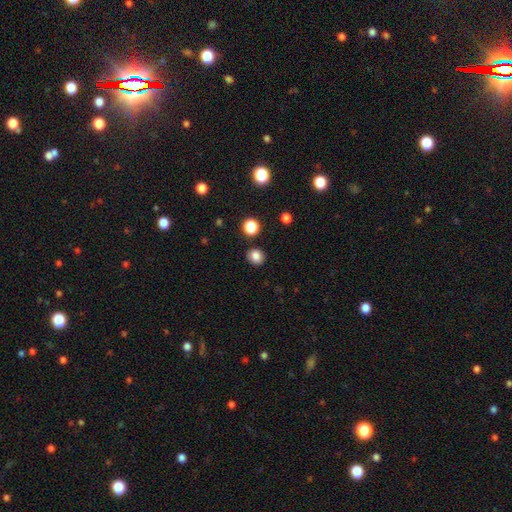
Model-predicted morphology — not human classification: smooth-or-featured: smooth: 83% | star or artifact: 12% | featured or disk: 5%
  how-rounded: round: 78% | in between: 21% | cigar-shaped: 1%
  merging: none: 88% | minor disturbance: 7% | merger: 3% | major disturbance: 2%